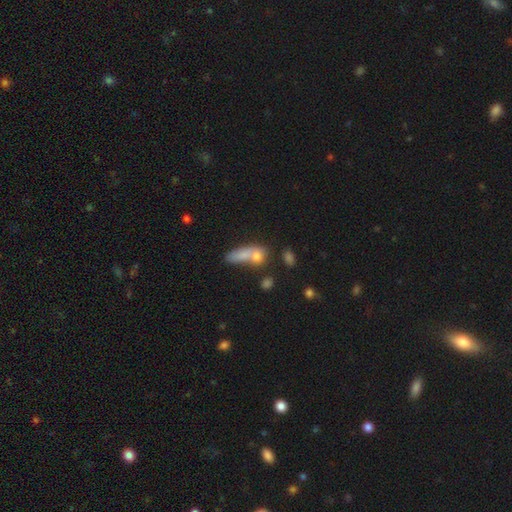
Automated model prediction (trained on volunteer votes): smooth-or-featured: smooth: 71% | featured or disk: 18% | star or artifact: 12%
  how-rounded: in between: 50% | cigar-shaped: 29% | round: 21%
  merging: merger: 44% | none: 33% | minor disturbance: 13% | major disturbance: 10%